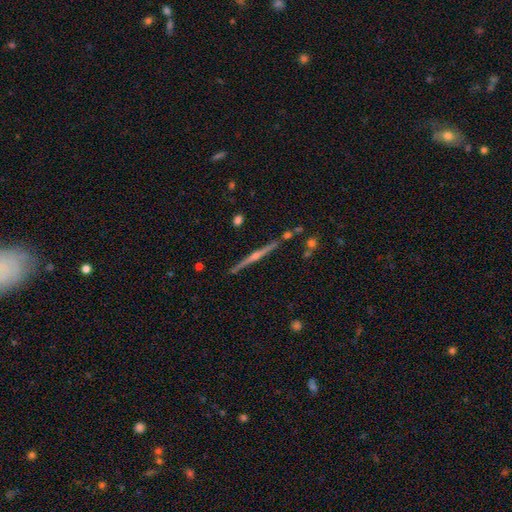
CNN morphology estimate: Smooth or featured? Predicted: featured or disk (p=0.76). Edge-on disk? Predicted: yes (p=0.97). Edge-on bulge? Predicted: rounded (p=0.76). Merging? Predicted: none (p=0.83).